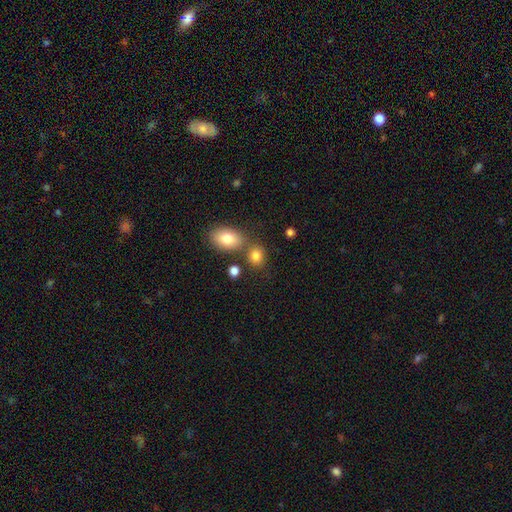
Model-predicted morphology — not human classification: Smooth or featured? Predicted: smooth (p=0.82). How rounded? Predicted: round (p=0.54). Merging? Predicted: none (p=0.63).